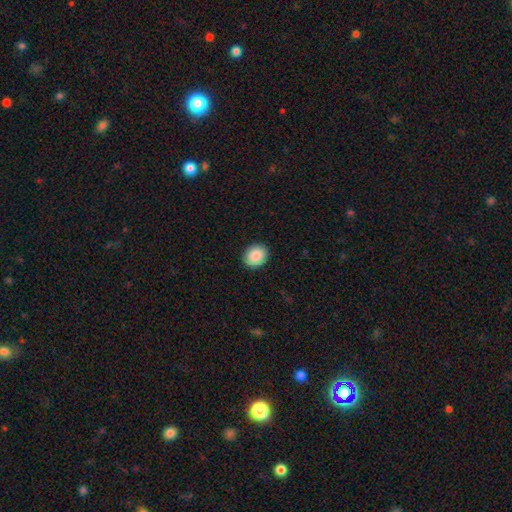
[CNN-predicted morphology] Smooth or featured: smooth — 89% (star or artifact — 7%)
How rounded: round — 64% (in between — 36%)
Merging: none — 91% (minor disturbance — 6%)